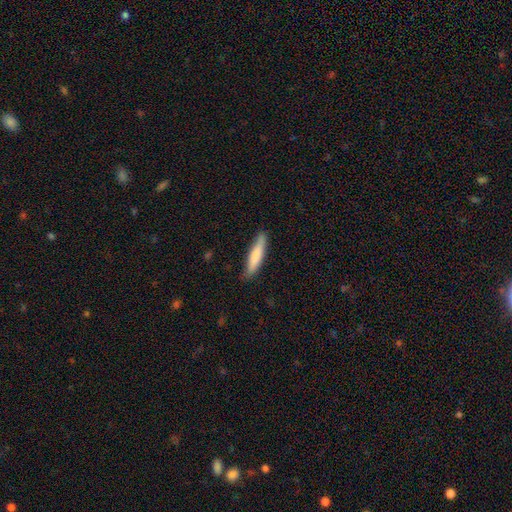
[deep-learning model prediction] Smooth or featured?
  - smooth: 79% *
  - featured or disk: 16%
  - star or artifact: 5%
How rounded?
  - cigar-shaped: 85% *
  - in between: 14%
  - round: 1%
Merging?
  - none: 83% *
  - minor disturbance: 13%
  - major disturbance: 2%
  - merger: 1%